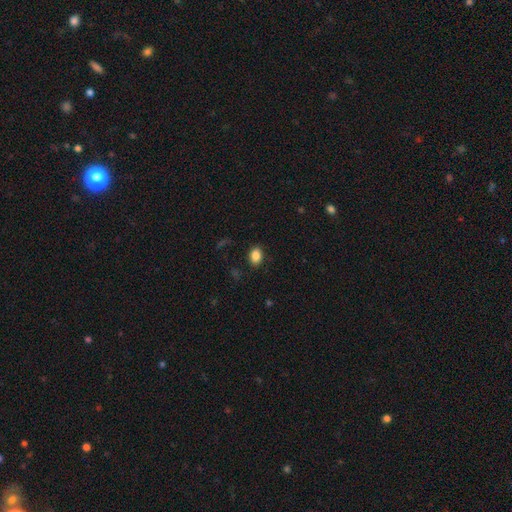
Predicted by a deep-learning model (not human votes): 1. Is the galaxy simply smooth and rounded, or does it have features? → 86% smooth, 9% star or artifact, 4% featured or disk.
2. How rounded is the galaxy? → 74% in between, 24% round, 1% cigar-shaped.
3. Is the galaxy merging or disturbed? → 86% none, 10% minor disturbance, 3% major disturbance, 1% merger.